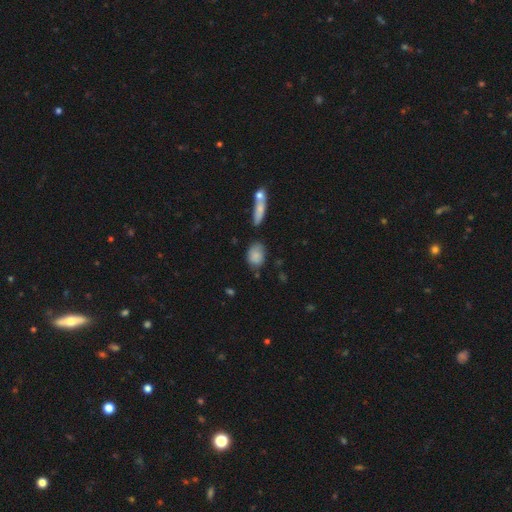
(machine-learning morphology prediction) smooth_or_featured: smooth (p=0.79) [alt: featured or disk p=0.13]
how_rounded: in between (p=0.67) [alt: round p=0.29]
merging: none (p=0.58) [alt: minor disturbance p=0.27]